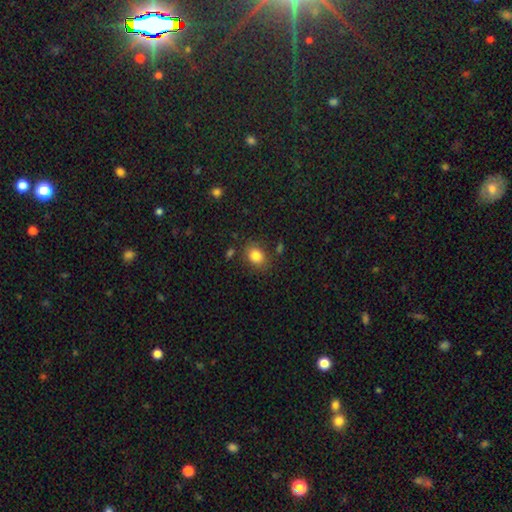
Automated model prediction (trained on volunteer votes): The model was most divided on "how rounded": in between: 52%, round: 47%, cigar-shaped: 1%. More confident: smooth or featured — smooth (83%); merging — none (79%).